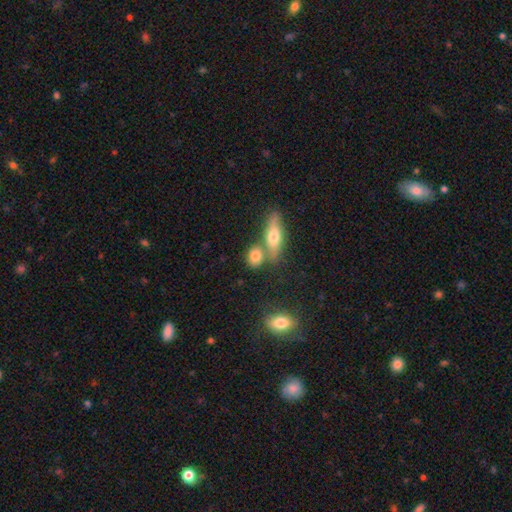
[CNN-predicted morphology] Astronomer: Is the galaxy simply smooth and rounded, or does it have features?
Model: smooth — 76%.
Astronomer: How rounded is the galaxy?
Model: in between — 50% (runner-up: round, 40%).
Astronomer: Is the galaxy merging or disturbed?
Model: none — 56%.